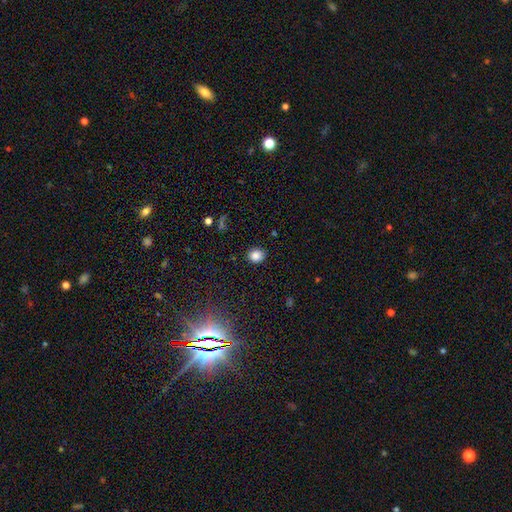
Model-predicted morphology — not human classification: smooth_or_featured: smooth (p=0.84) [alt: star or artifact p=0.12]
how_rounded: round (p=0.75) [alt: in between p=0.24]
merging: none (p=0.89) [alt: minor disturbance p=0.07]